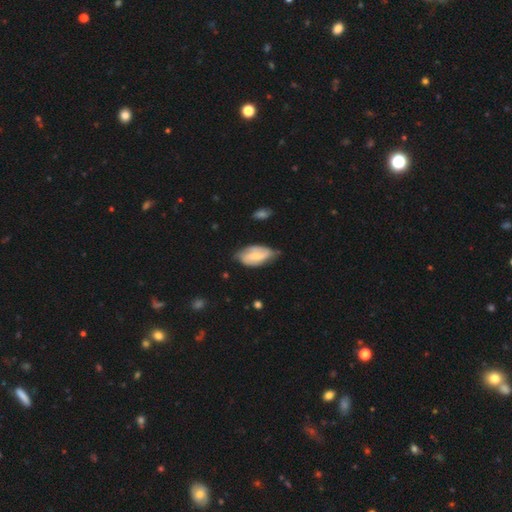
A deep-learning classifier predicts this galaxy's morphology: A featured or disk galaxy (53%). Merging: none (59%).